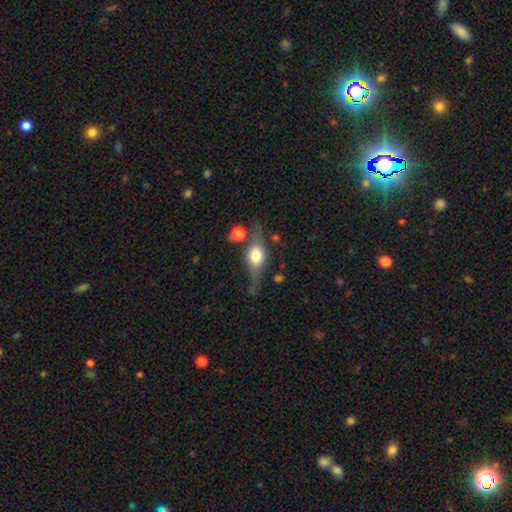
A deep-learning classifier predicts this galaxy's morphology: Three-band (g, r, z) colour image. It shows a featured or disk galaxy (54%) viewed edge-on (83%). Merging: none (64%).